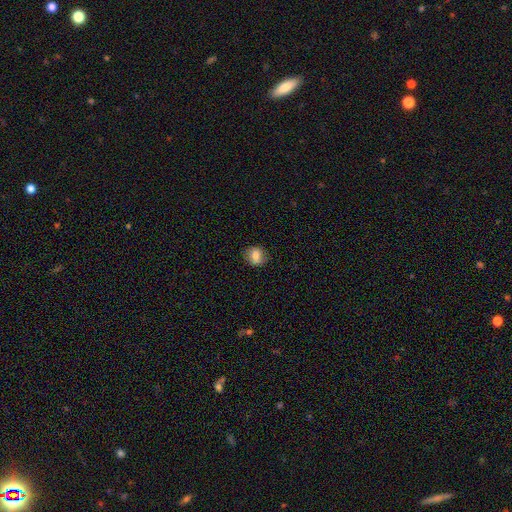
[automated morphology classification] A smooth galaxy with no disk features (78%) that is round (67%).

Vote fractions:
- Smooth or featured? smooth: 78% / featured or disk: 13% / star or artifact: 9%
- How rounded? round: 67% / in between: 32% / cigar-shaped: 1%
- Merging? none: 82% / minor disturbance: 14% / major disturbance: 4% / merger: 1%